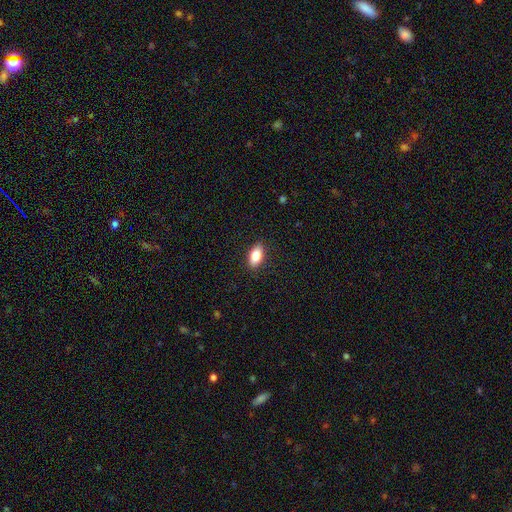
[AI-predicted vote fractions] Smooth or featured? Predicted: smooth (p=0.83). How rounded? Predicted: in between (p=0.89). Merging? Predicted: none (p=0.89).